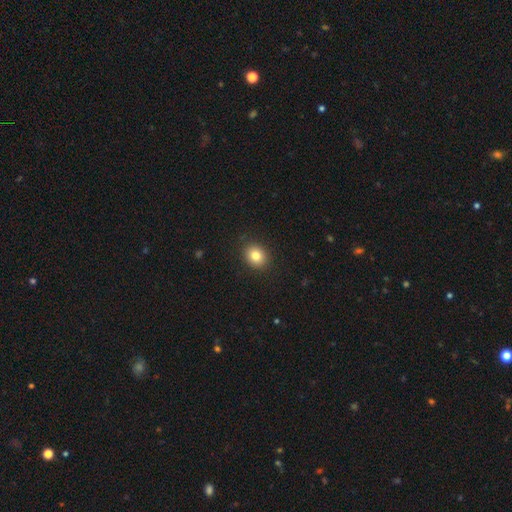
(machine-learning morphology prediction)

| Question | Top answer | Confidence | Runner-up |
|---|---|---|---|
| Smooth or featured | smooth | 82% | star or artifact (10%) |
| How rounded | round | 60% | in between (39%) |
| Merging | none | 90% | minor disturbance (7%) |